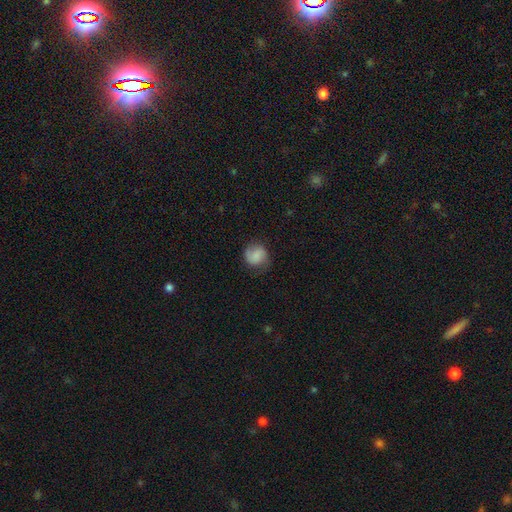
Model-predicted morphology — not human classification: type=smooth (62%); roundness=round (78%); merging=none (68%).